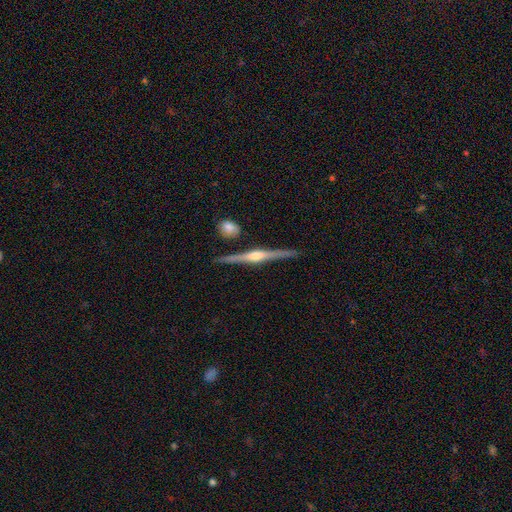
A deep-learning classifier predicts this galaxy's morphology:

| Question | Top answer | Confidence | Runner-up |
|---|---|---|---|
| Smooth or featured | featured or disk | 83% | smooth (12%) |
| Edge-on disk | yes | 98% | no (2%) |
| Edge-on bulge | rounded | 88% | boxy (7%) |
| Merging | none | 87% | minor disturbance (8%) |